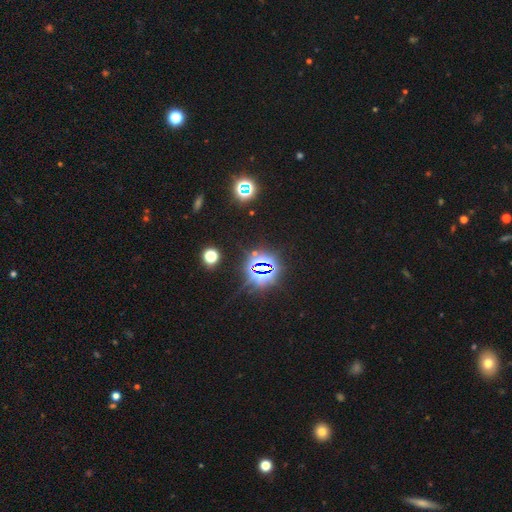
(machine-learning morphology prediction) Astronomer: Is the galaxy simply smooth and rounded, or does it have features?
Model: star or artifact — 80%.